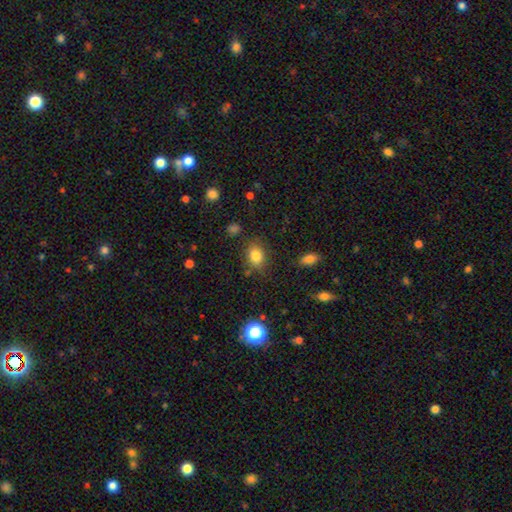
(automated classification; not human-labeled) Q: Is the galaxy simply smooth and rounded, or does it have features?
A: smooth — 82%.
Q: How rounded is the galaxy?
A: in between — 60%.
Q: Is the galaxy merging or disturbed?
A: none — 80%.